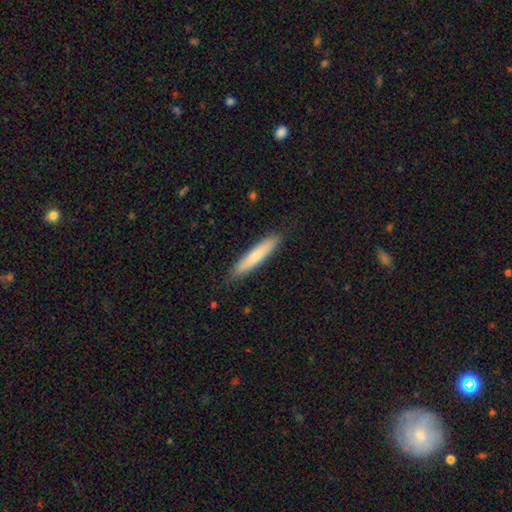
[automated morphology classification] smooth-or-featured: smooth: 70% | featured or disk: 25% | star or artifact: 6%
  how-rounded: cigar-shaped: 90% | in between: 9% | round: 1%
  merging: none: 88% | minor disturbance: 10% | major disturbance: 2% | merger: 1%